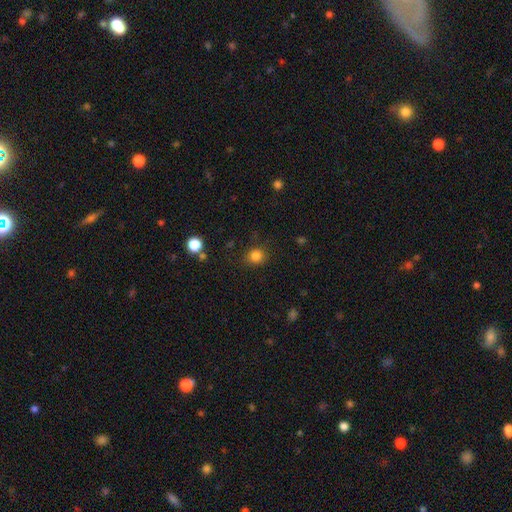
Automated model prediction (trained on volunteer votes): A smooth galaxy with no disk features (83%) that is round (85%). Merging: none (84%).